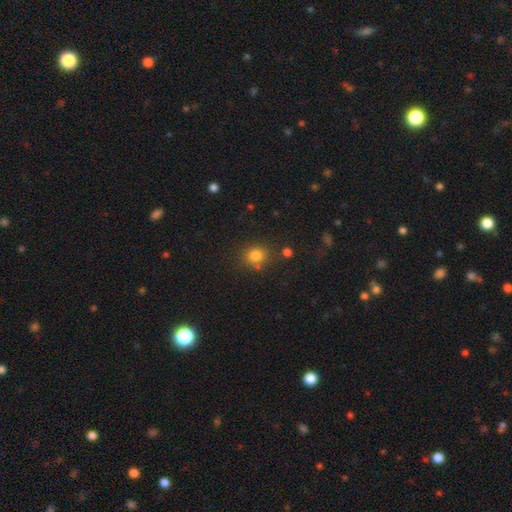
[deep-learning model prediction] smooth-or-featured: smooth: 80% | star or artifact: 13% | featured or disk: 7%
  how-rounded: round: 74% | in between: 25% | cigar-shaped: 1%
  merging: none: 74% | minor disturbance: 12% | merger: 10% | major disturbance: 4%